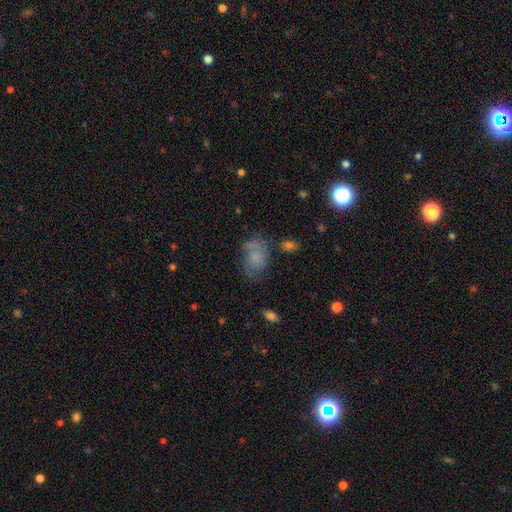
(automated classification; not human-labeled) smooth 55%, featured or disk 31%, star or artifact 13%. Down the decision tree: how rounded — in between (79%); merging — none (56%).